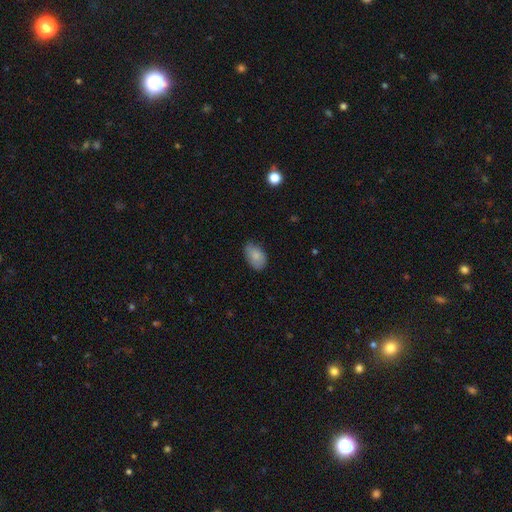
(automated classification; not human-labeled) The model was most divided on "merging": none: 66%, minor disturbance: 28%, major disturbance: 5%, merger: 1%. More confident: how rounded — in between (90%); smooth or featured — smooth (82%).